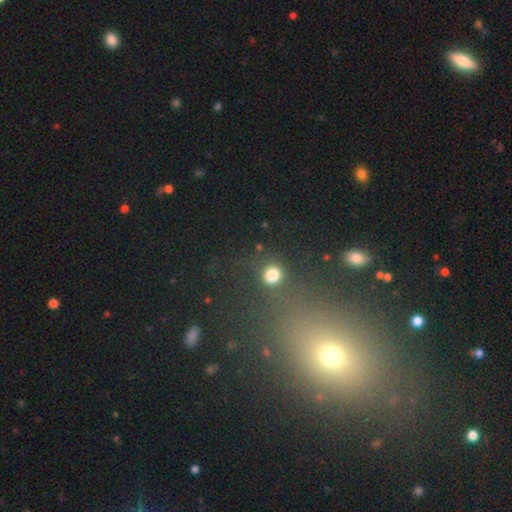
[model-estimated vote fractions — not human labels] smooth_or_featured: star or artifact (p=0.47) [alt: smooth p=0.42]